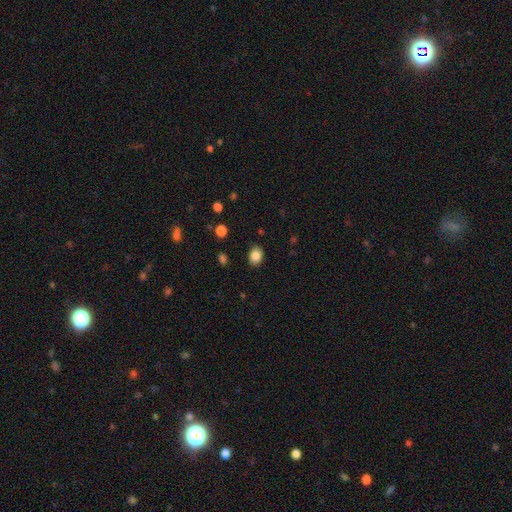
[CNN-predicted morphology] Smooth or featured: smooth — 86% (star or artifact — 10%)
How rounded: in between — 60% (round — 39%)
Merging: none — 87% (minor disturbance — 9%)